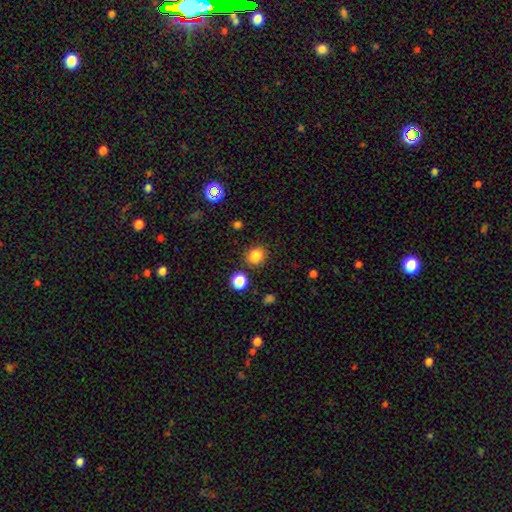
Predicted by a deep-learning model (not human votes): Smooth or featured? Predicted: smooth (p=0.83). How rounded? Predicted: round (p=0.88). Merging? Predicted: none (p=0.86).